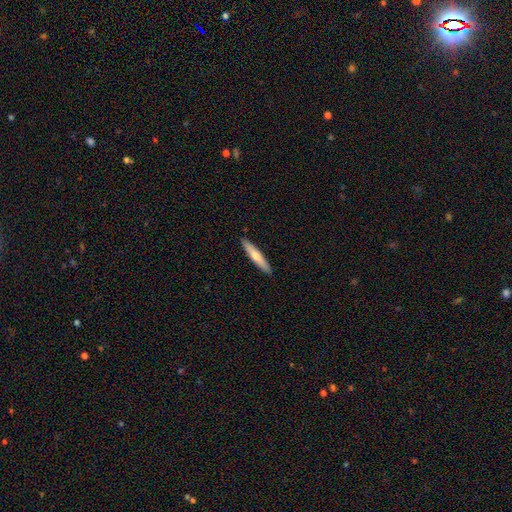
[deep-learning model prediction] Smooth or featured? smooth (61%)
How rounded? cigar-shaped (92%)
Merging? none (91%)